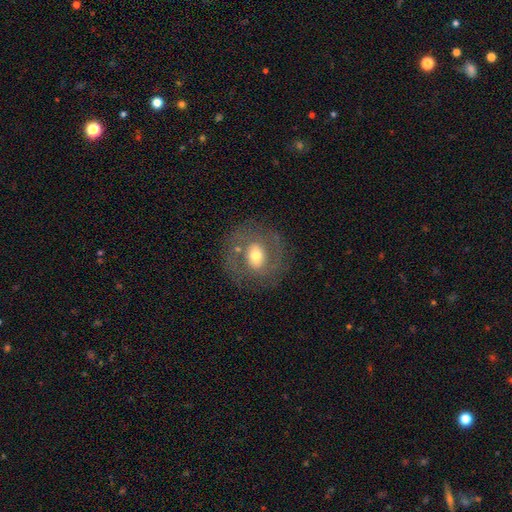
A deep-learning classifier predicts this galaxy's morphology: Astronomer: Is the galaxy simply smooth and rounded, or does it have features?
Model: featured or disk — 61%.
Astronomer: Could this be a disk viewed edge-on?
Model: no — 96%.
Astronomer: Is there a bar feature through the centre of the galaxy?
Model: no — 47% (runner-up: weak, 36%).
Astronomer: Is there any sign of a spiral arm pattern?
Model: yes — 62% (runner-up: no, 38%).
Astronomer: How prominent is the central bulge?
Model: moderate — 66%.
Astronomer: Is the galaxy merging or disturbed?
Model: none — 74%.